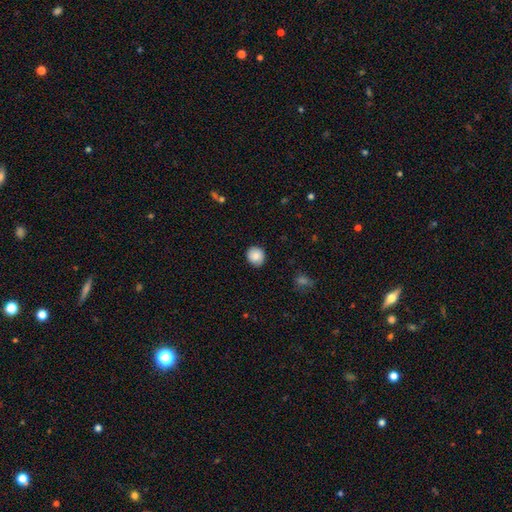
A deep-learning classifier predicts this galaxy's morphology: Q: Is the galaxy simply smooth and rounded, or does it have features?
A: smooth — 85%.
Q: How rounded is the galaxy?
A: round — 86%.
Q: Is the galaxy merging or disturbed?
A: none — 84%.